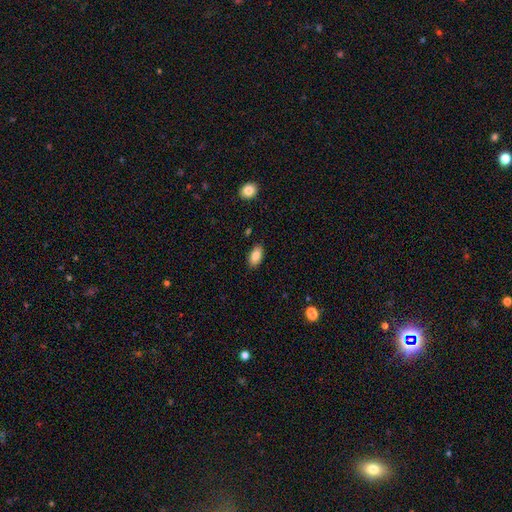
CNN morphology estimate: Smooth or featured? smooth (85%)
How rounded? in between (92%)
Merging? none (87%)